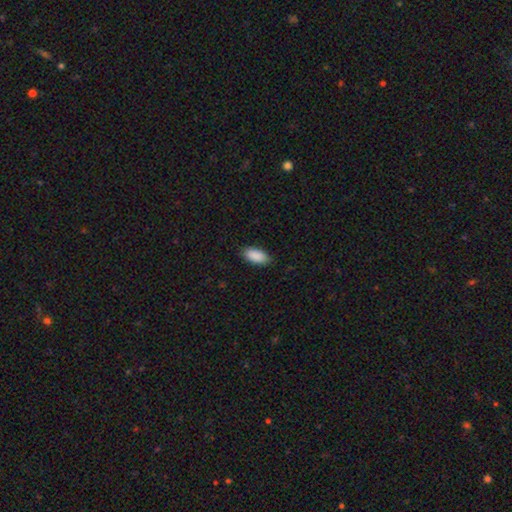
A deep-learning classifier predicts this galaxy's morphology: The model was most divided on "merging": none: 87%, minor disturbance: 10%, major disturbance: 2%, merger: 1%. More confident: how rounded — in between (93%); smooth or featured — smooth (91%).